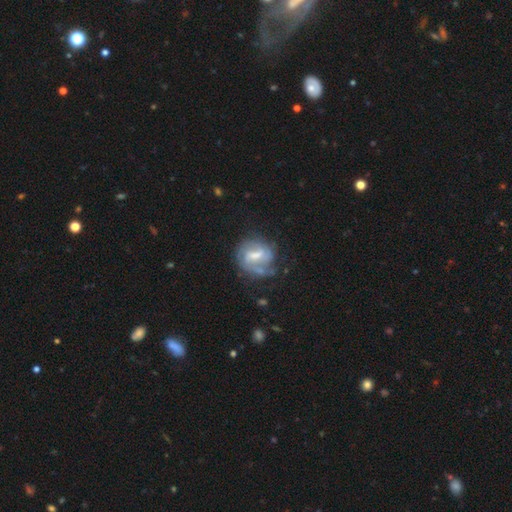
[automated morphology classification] type=featured or disk (72%); edge-on=no (97%); bar=weak (54%); spiral arms=yes (84%); winding=tight (43%); arm count=2 (52%); bulge=moderate (43%); merging=none (56%).